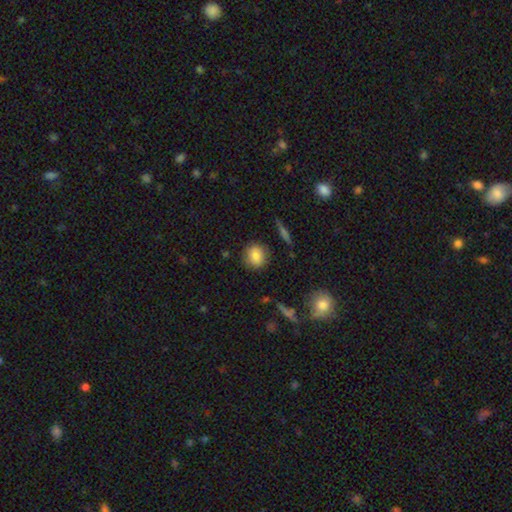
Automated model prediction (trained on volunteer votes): Overall: smooth (83%). How rounded: round (81%). Merging: none (85%).